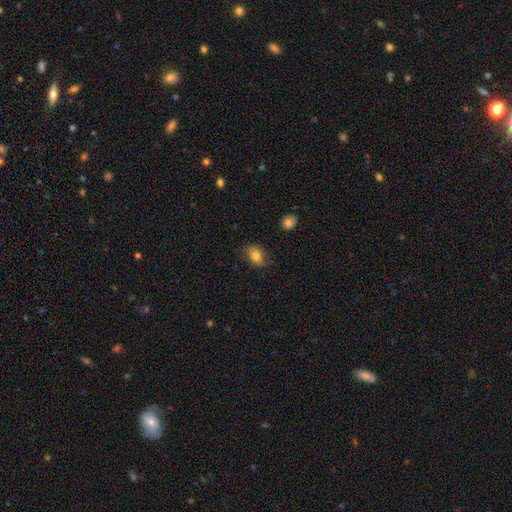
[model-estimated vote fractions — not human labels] A smooth galaxy with no disk features (79%) that is in between round and cigar-shaped (76%). Merging: none (75%).